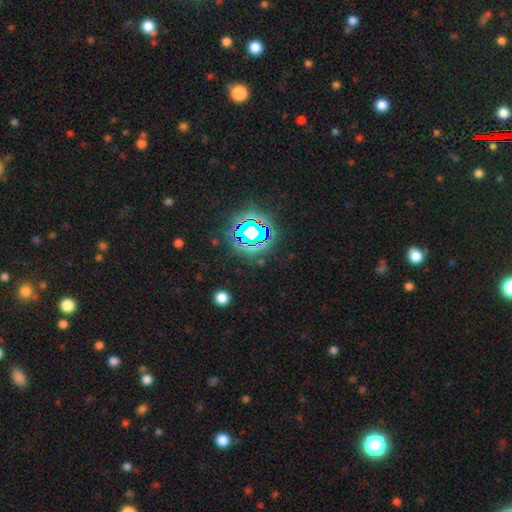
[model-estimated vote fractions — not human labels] star or artifact 81%, smooth 12%, featured or disk 7%.